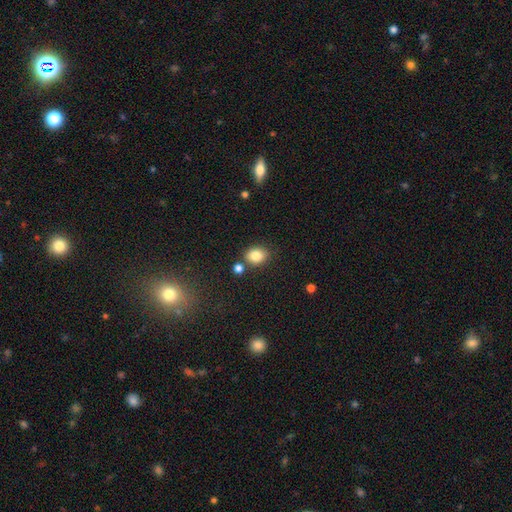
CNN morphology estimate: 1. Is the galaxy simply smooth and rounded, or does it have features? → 83% smooth, 10% star or artifact, 7% featured or disk.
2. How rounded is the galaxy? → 56% in between, 43% round, 1% cigar-shaped.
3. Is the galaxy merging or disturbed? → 73% none, 13% minor disturbance, 11% merger, 3% major disturbance.